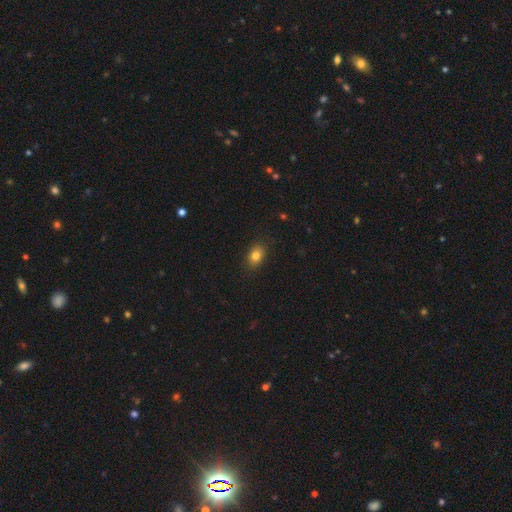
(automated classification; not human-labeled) Overall: smooth (82%). How rounded: in between (76%). Merging: none (87%).